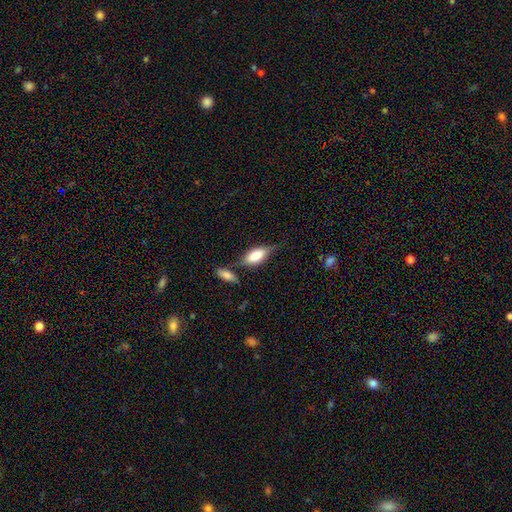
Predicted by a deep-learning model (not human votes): Morphology: type=smooth (65%); roundness=in between (79%); merging=none (53%).